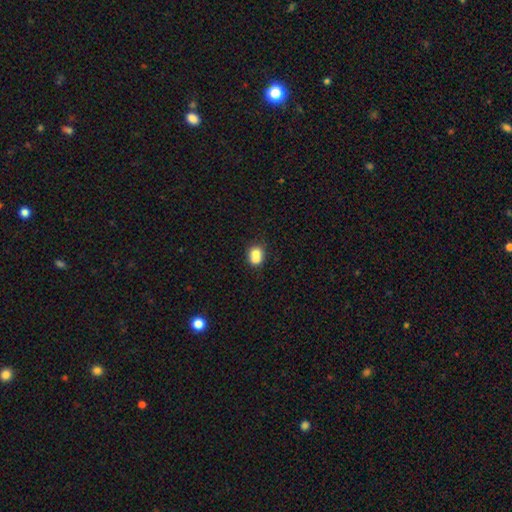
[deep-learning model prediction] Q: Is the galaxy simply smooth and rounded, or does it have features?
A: smooth — 74%.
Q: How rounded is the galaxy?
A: round — 58%.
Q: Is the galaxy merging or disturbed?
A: merger — 48%.